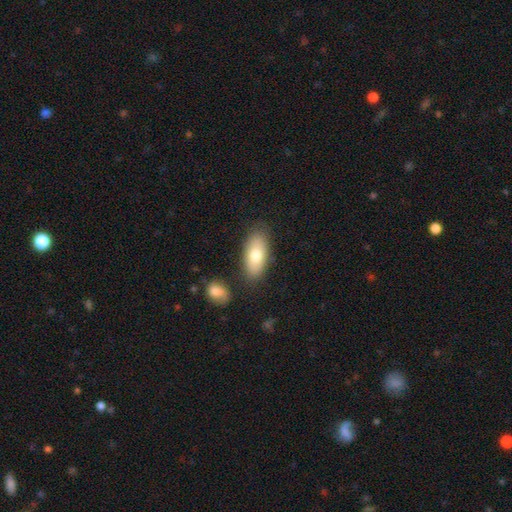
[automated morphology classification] Smooth or featured: smooth — 76% (featured or disk — 18%)
How rounded: in between — 88% (cigar-shaped — 9%)
Merging: none — 80% (minor disturbance — 12%)